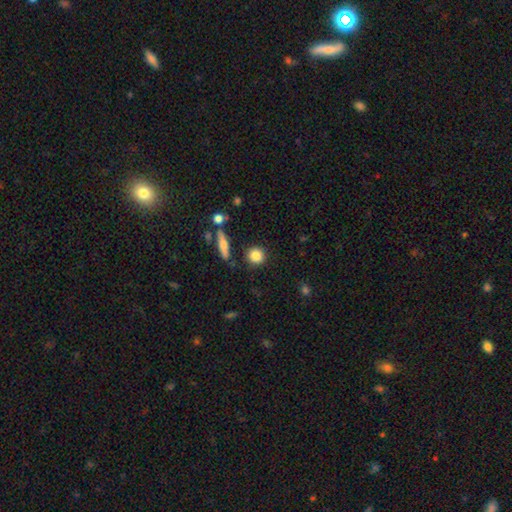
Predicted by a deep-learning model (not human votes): Morphology: type=smooth (84%); roundness=round (86%); merging=none (87%).